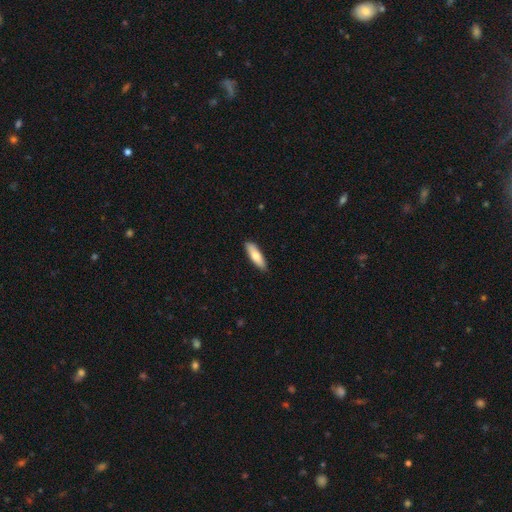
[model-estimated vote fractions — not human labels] Smooth or featured?
  - smooth: 75% *
  - featured or disk: 19%
  - star or artifact: 5%
How rounded?
  - cigar-shaped: 55% *
  - in between: 43%
  - round: 2%
Merging?
  - none: 88% *
  - minor disturbance: 9%
  - major disturbance: 2%
  - merger: 1%